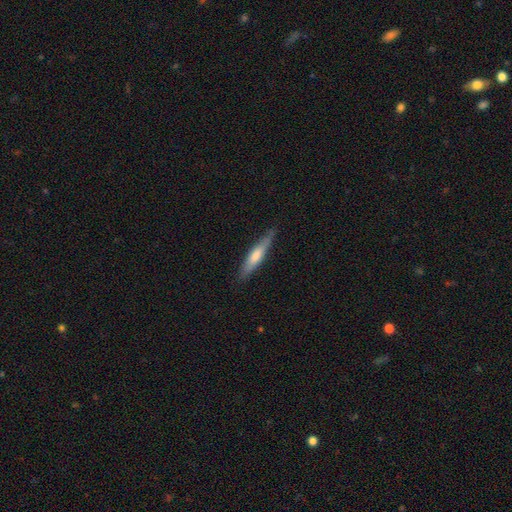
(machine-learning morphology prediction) A smooth galaxy with no disk features (49%). Merging: none (84%).